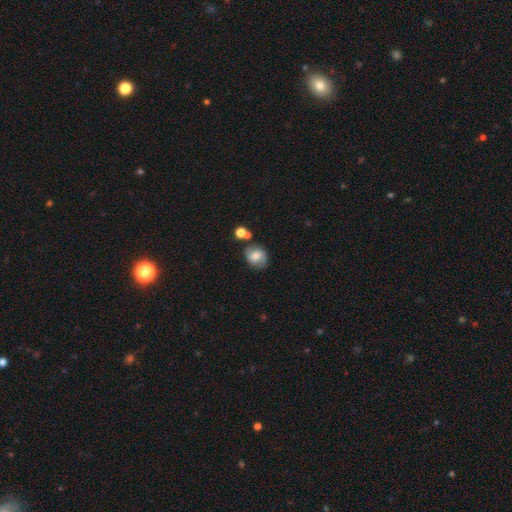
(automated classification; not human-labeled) This is likely a smooth galaxy (62%). How rounded: likely round (65%). Merging: likely none (68%).